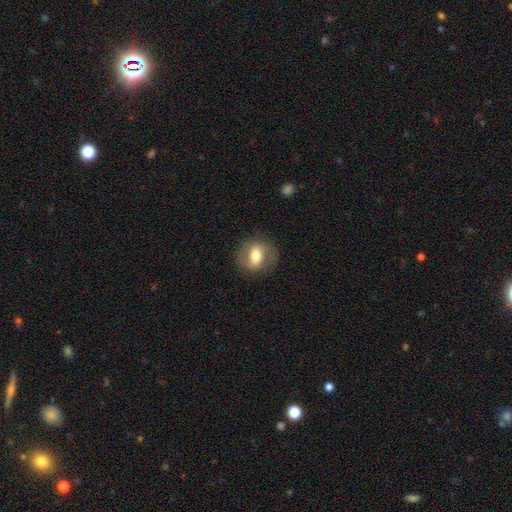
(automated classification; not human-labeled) A featured or disk galaxy (50%). Merging: none (78%).